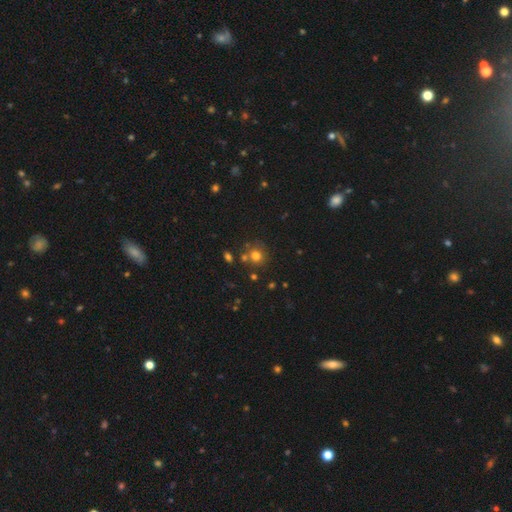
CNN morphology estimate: type=smooth (74%); roundness=round (86%); merging=none (69%).